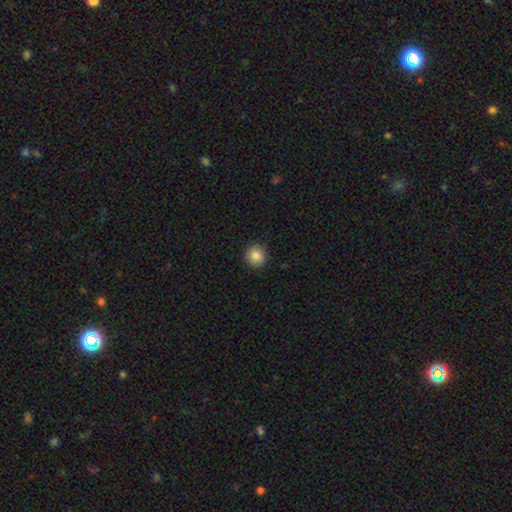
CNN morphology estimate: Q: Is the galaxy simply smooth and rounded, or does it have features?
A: smooth — 85%.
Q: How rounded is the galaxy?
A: round — 93%.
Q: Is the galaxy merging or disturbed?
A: none — 91%.